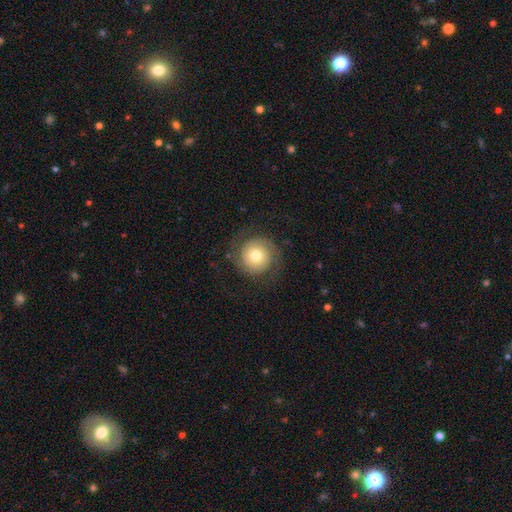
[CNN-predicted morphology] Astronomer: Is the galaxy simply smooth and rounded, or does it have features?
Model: featured or disk — 49% (runner-up: smooth, 42%).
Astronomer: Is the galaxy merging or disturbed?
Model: none — 79%.